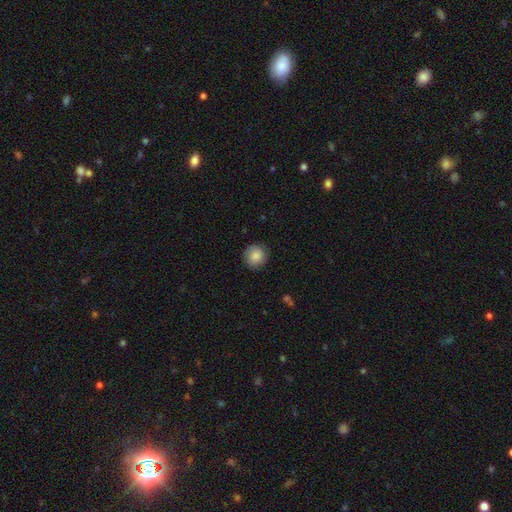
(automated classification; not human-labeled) The model was most divided on "smooth or featured": smooth: 87%, star or artifact: 8%, featured or disk: 6%. More confident: how rounded — round (91%); merging — none (88%).